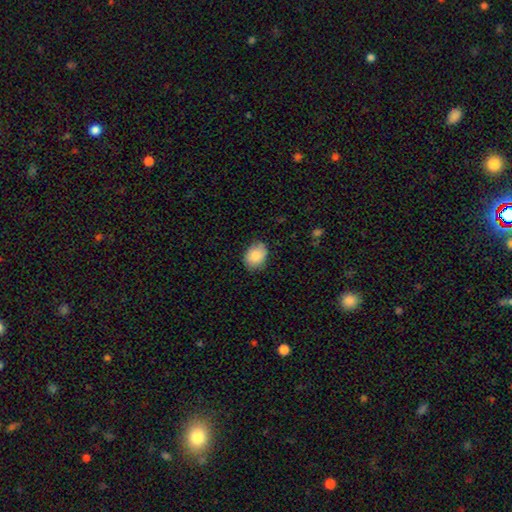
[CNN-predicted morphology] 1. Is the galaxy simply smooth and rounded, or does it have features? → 85% smooth, 8% featured or disk, 7% star or artifact.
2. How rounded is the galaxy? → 59% in between, 40% round, 1% cigar-shaped.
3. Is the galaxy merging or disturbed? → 76% none, 20% minor disturbance, 3% major disturbance, 1% merger.